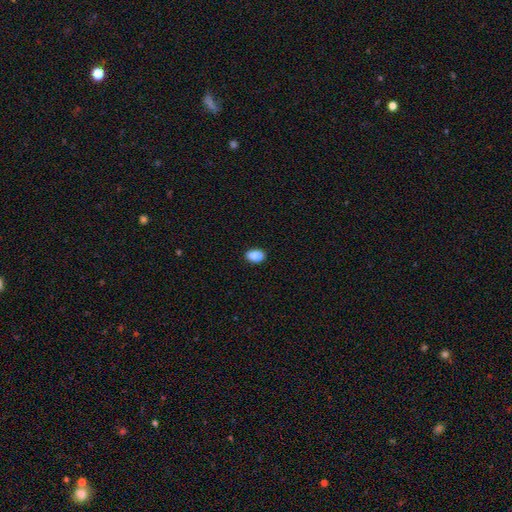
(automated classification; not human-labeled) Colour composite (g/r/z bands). It shows a smooth galaxy with no disk features (88%) that is in between round and cigar-shaped (87%). Merging: none (84%).